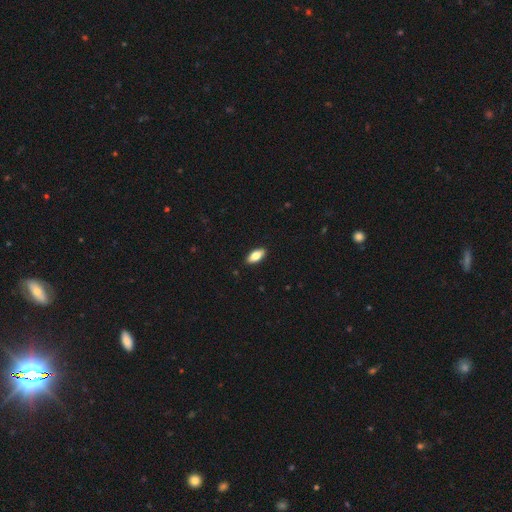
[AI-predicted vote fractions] Smooth or featured? smooth (77%)
How rounded? in between (81%)
Merging? none (90%)